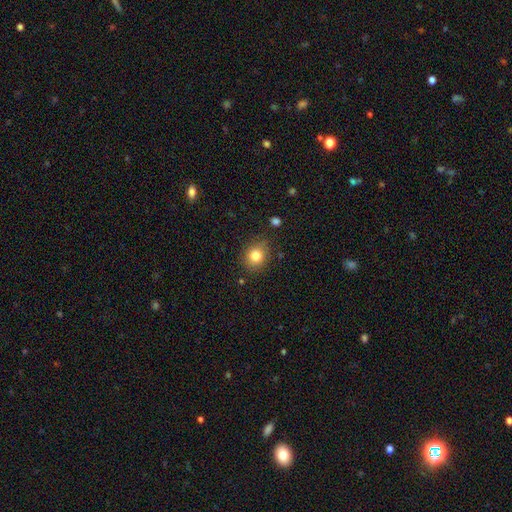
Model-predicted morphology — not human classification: This appears to be a smooth galaxy with no disk features (82%) that is round (66%). Merging: none (81%).